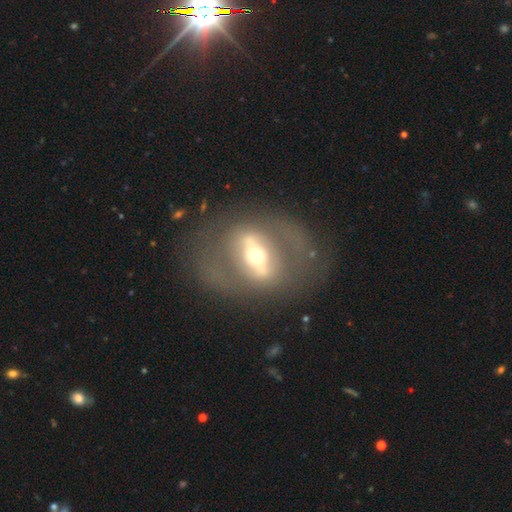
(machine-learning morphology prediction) Overall: featured or disk (75%). Edge-on disk: no (81%). Bar: strong (68%). Spiral arms: no (72%). Bulge size: moderate (56%; small 32%). Merging: none (69%).